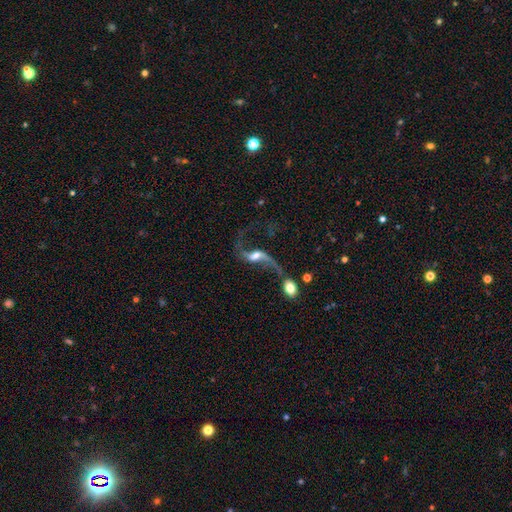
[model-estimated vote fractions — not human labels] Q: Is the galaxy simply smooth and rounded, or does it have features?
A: featured or disk — 85%.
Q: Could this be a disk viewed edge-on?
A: no — 93%.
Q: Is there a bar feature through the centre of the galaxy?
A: weak — 42%.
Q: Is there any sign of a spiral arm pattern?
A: yes — 93%.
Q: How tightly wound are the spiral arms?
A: loose — 93%.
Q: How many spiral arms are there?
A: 2 — 91%.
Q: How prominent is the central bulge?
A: moderate — 52%.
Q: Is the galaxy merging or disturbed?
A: none — 39%.